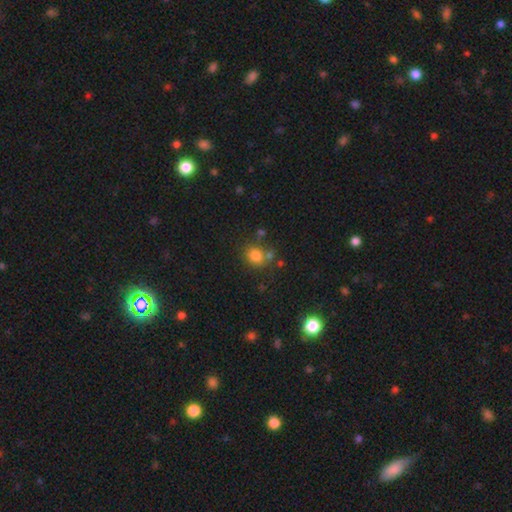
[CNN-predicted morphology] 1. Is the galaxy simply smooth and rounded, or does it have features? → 79% smooth, 13% star or artifact, 7% featured or disk.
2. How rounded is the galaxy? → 73% round, 27% in between, 1% cigar-shaped.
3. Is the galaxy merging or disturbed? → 67% none, 15% merger, 13% minor disturbance, 5% major disturbance.